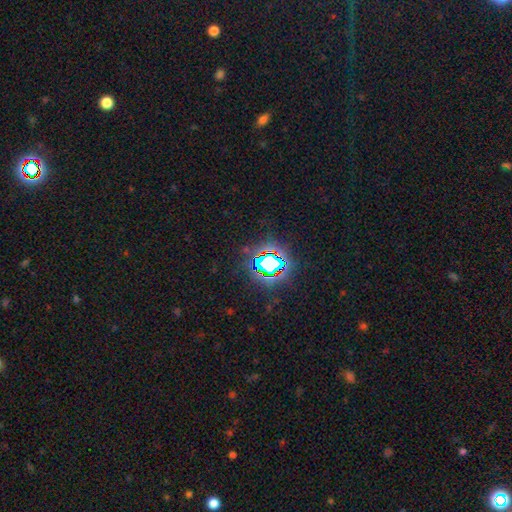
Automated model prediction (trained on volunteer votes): This appears to be a star or artifact, not a galaxy (82%).